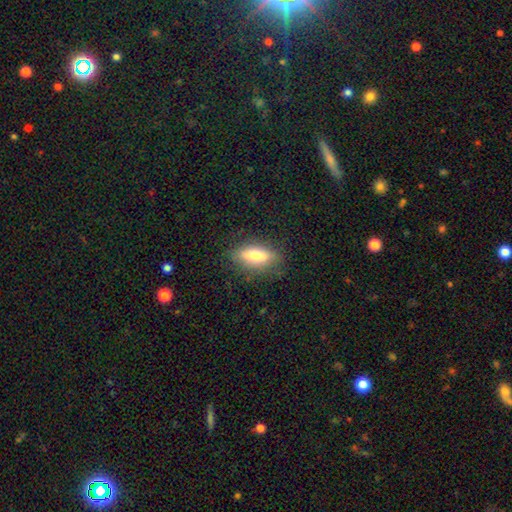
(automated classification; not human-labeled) A smooth galaxy with no disk features (68%) that is in between round and cigar-shaped (67%).

Vote fractions:
- Smooth or featured? smooth: 68% / featured or disk: 25% / star or artifact: 7%
- How rounded? in between: 67% / cigar-shaped: 30% / round: 3%
- Merging? none: 82% / minor disturbance: 13% / major disturbance: 4% / merger: 1%